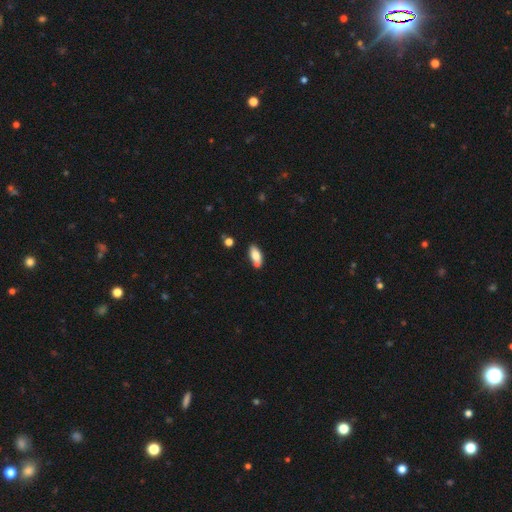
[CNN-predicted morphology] Q: Smooth or featured?
A: smooth (76%); runner-up: featured or disk (17%)
Q: How rounded?
A: in between (87%); runner-up: cigar-shaped (11%)
Q: Merging?
A: none (67%); runner-up: minor disturbance (17%)